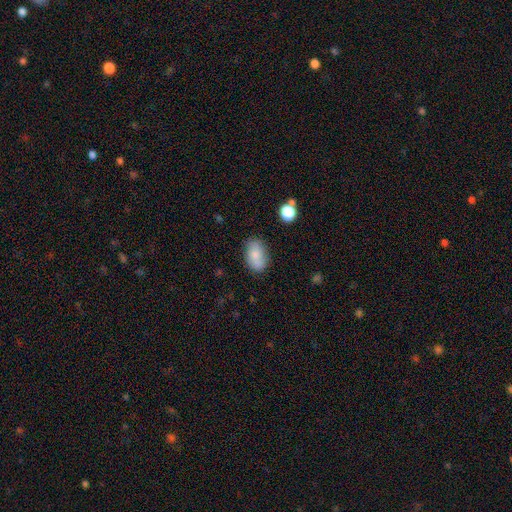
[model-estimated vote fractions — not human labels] Smooth or featured?
  - smooth: 77% *
  - featured or disk: 15%
  - star or artifact: 8%
How rounded?
  - in between: 89% *
  - round: 10%
  - cigar-shaped: 2%
Merging?
  - none: 78% *
  - minor disturbance: 16%
  - major disturbance: 4%
  - merger: 2%